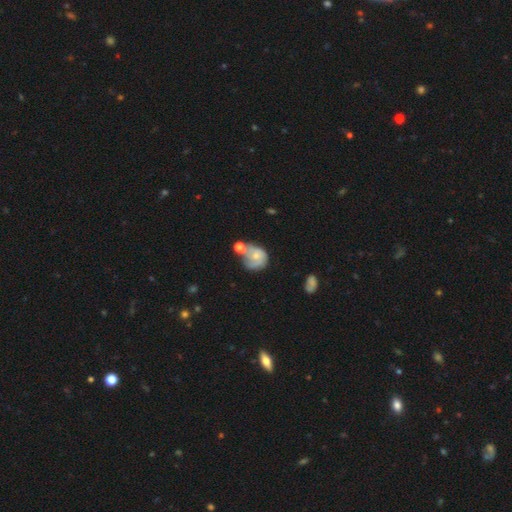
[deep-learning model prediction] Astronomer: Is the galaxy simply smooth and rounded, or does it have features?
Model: featured or disk — 52% (runner-up: smooth, 39%).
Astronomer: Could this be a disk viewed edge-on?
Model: no — 97%.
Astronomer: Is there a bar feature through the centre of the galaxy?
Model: no — 79%.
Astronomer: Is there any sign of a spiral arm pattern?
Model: yes — 66%.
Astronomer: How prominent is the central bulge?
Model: small — 56% (runner-up: moderate, 32%).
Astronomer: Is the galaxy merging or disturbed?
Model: merger — 30% (runner-up: none, 28%).